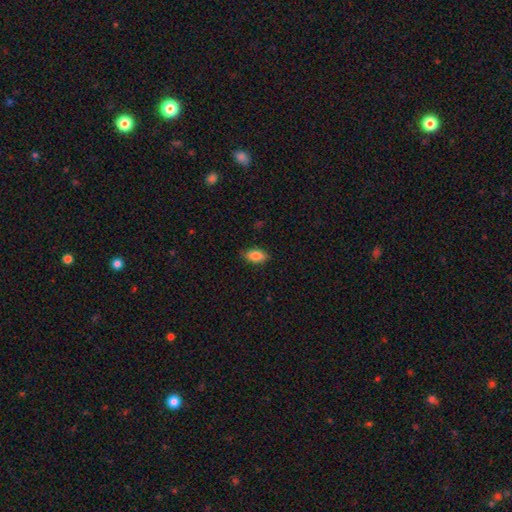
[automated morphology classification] Smooth or featured?
  - smooth: 84% *
  - featured or disk: 8%
  - star or artifact: 7%
How rounded?
  - in between: 90% *
  - round: 5%
  - cigar-shaped: 5%
Merging?
  - none: 85% *
  - minor disturbance: 12%
  - major disturbance: 2%
  - merger: 1%